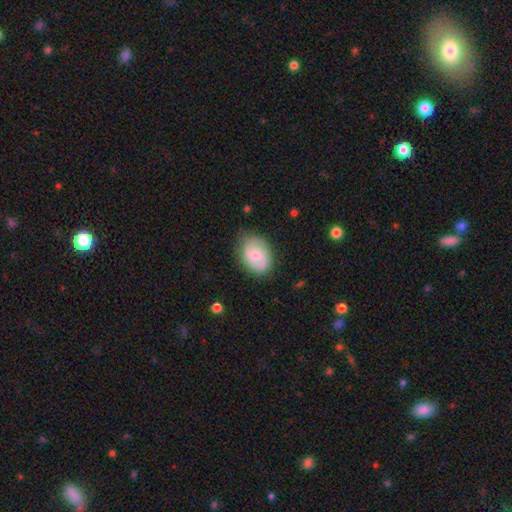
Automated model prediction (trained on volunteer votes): smooth 55%, featured or disk 39%, star or artifact 7%. Down the decision tree: how rounded — in between (72%); merging — none (77%).